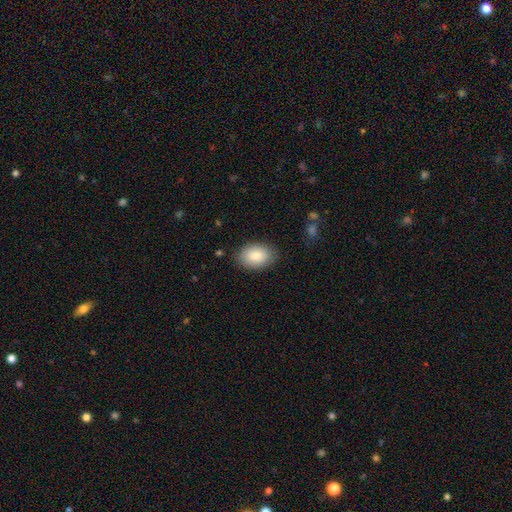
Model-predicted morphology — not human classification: This appears to be a smooth galaxy with no disk features (84%) that is in between round and cigar-shaped (86%). Merging: none (85%).